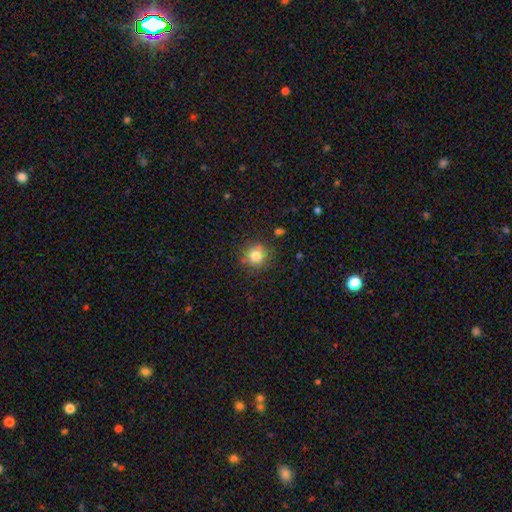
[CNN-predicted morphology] smooth-or-featured: smooth: 81% | star or artifact: 12% | featured or disk: 7%
  how-rounded: round: 92% | in between: 7% | cigar-shaped: 1%
  merging: none: 85% | minor disturbance: 10% | major disturbance: 3% | merger: 2%